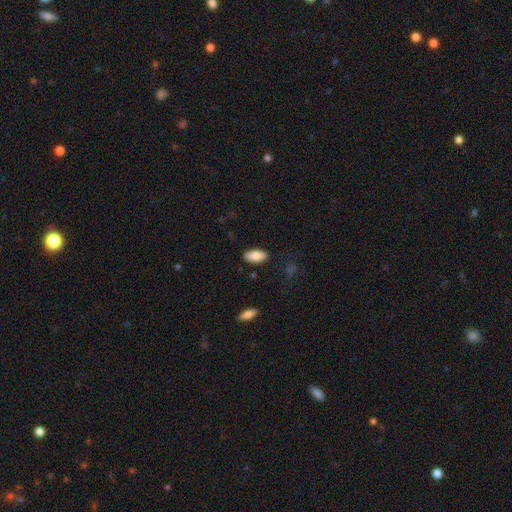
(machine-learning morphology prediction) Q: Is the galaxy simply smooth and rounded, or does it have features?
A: smooth — 85%.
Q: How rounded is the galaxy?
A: in between — 92%.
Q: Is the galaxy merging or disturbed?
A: none — 86%.